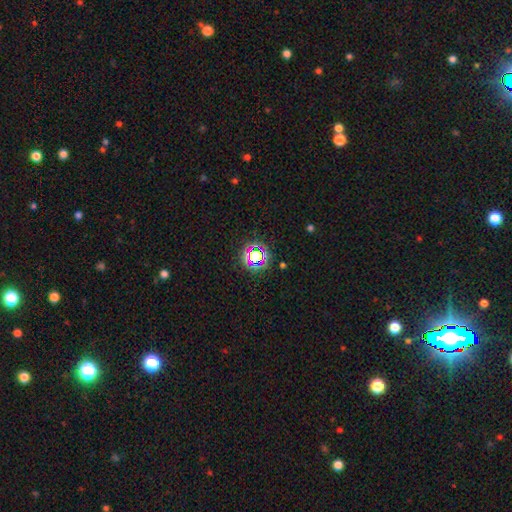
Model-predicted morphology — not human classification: The model was most divided on "smooth or featured": star or artifact: 66%, smooth: 22%, featured or disk: 12%.